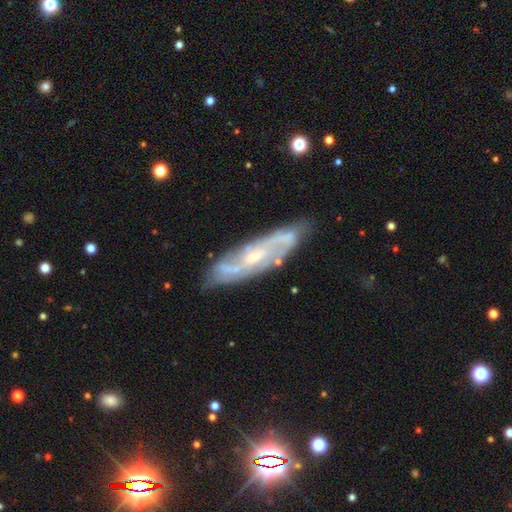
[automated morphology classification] Overall: featured or disk (82%). Edge-on disk: no (78%). Bar: no (51%; weak 39%). Spiral arms: yes (93%). Spiral arm count: 2 (51%; can't tell 27%). Spiral winding: medium (45%; tight 33%). Bulge size: small (64%; moderate 30%). Merging: none (78%).